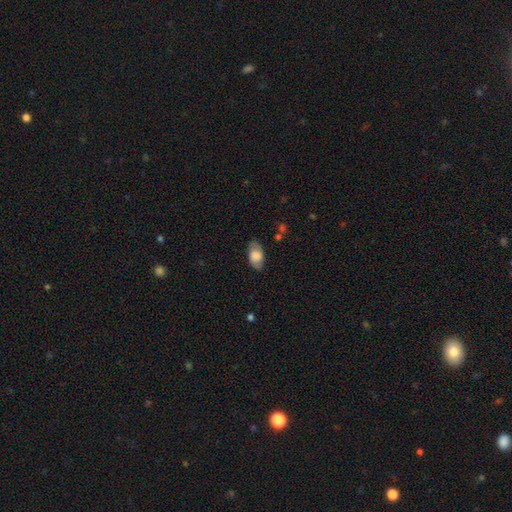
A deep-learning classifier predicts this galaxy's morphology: smooth 59%, featured or disk 34%, star or artifact 7%. Down the decision tree: how rounded — in between (92%); merging — none (79%).